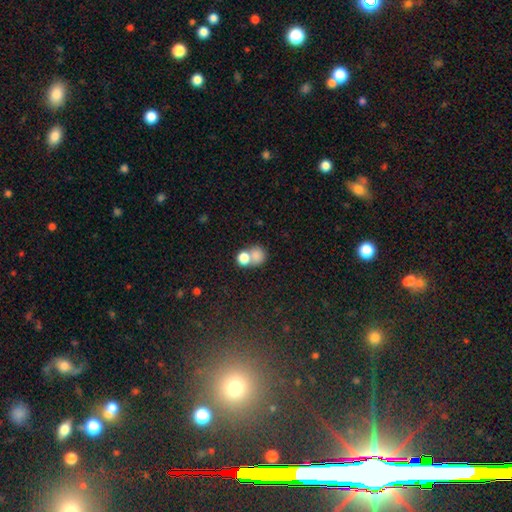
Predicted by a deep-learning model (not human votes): smooth_or_featured: smooth (p=0.78) [alt: star or artifact p=0.11]
how_rounded: round (p=0.71) [alt: in between p=0.28]
merging: merger (p=0.53) [alt: none p=0.34]